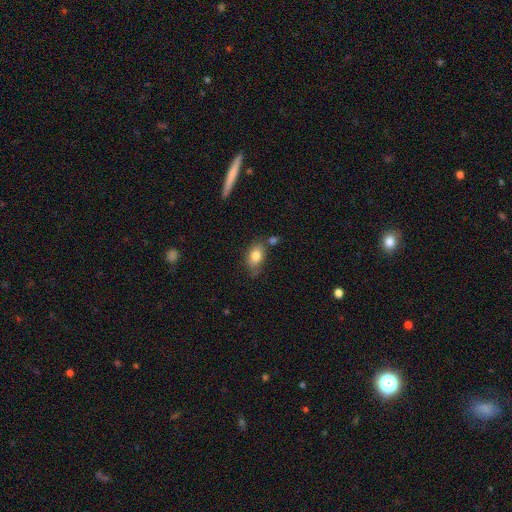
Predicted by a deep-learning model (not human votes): Q: Smooth or featured?
A: smooth (82%); runner-up: featured or disk (11%)
Q: How rounded?
A: in between (84%); runner-up: round (14%)
Q: Merging?
A: none (64%); runner-up: minor disturbance (21%)